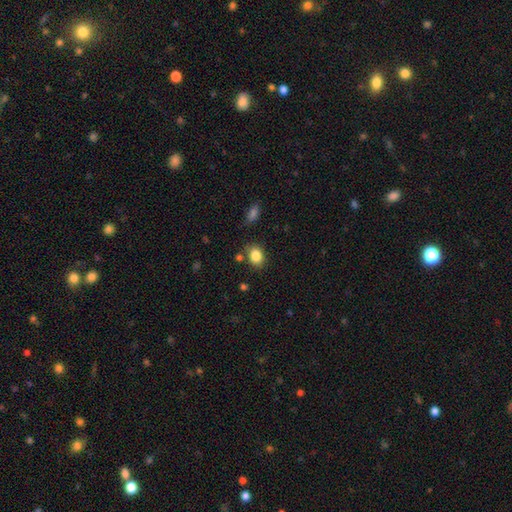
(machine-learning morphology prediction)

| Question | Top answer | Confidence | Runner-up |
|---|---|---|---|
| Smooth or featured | smooth | 84% | star or artifact (9%) |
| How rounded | in between | 61% | round (38%) |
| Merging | none | 77% | minor disturbance (13%) |